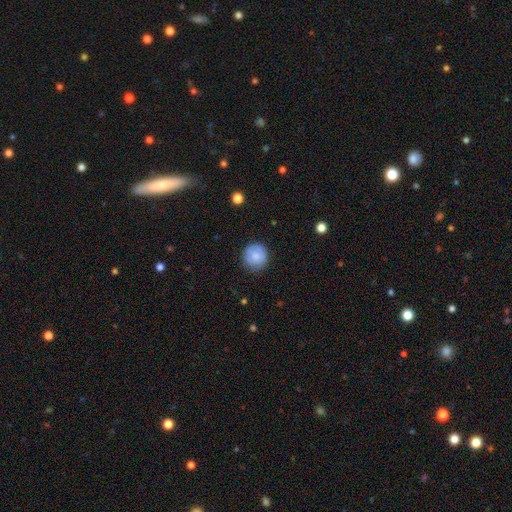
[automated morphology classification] Smooth or featured?
  - smooth: 74% *
  - featured or disk: 19%
  - star or artifact: 7%
How rounded?
  - round: 92% *
  - in between: 7%
  - cigar-shaped: 1%
Merging?
  - none: 82% *
  - minor disturbance: 14%
  - major disturbance: 3%
  - merger: 1%